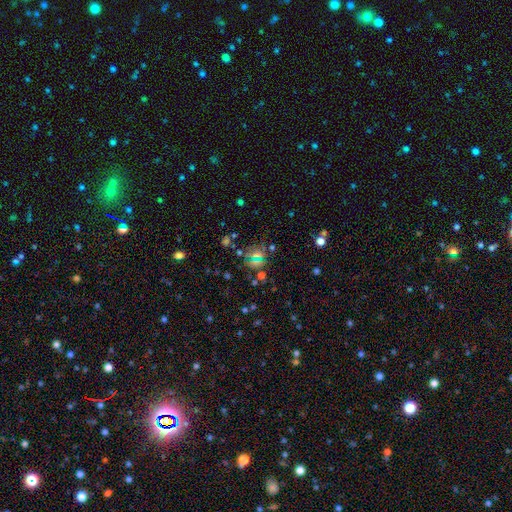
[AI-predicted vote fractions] smooth-or-featured: star or artifact: 48% | smooth: 40% | featured or disk: 12%